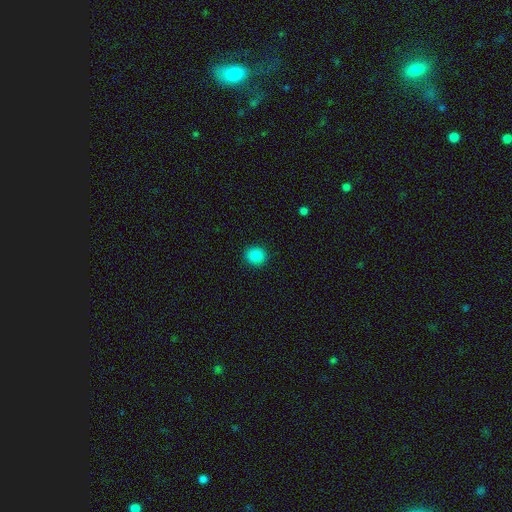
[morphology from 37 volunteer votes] Smooth or featured? 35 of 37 (95%) said smooth. How rounded? 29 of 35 (83%) said round. Merging? 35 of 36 (97%) said none.